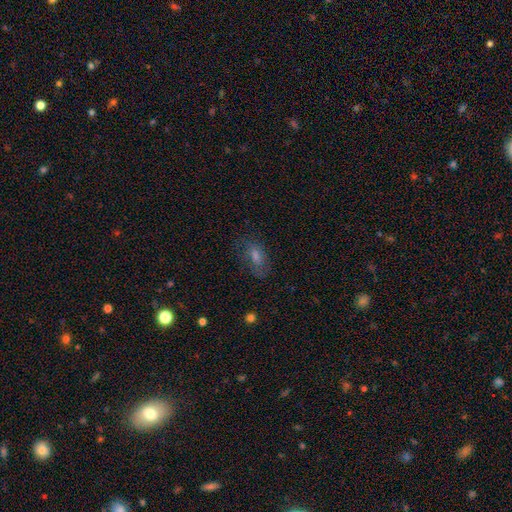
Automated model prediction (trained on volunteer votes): Smooth or featured: smooth — 45% (featured or disk — 34%)
Merging: none — 69% (minor disturbance — 19%)